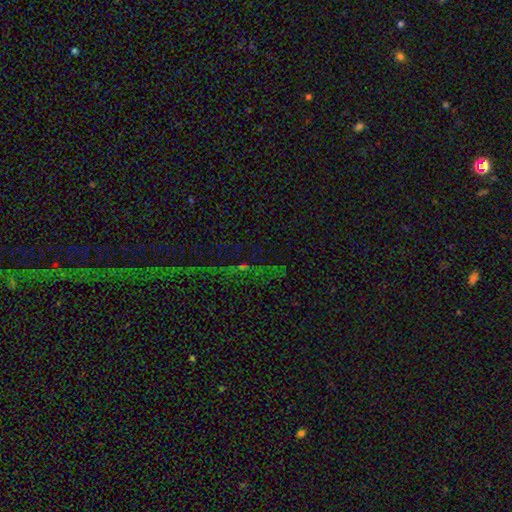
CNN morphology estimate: Smooth or featured? star or artifact (69%)